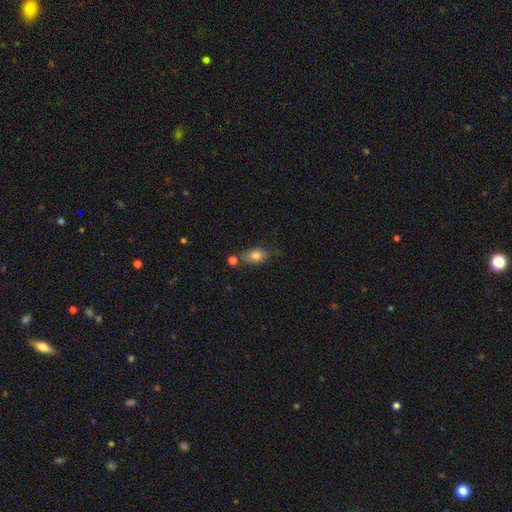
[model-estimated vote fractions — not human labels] Smooth or featured? smooth (81%)
How rounded? in between (81%)
Merging? none (64%)